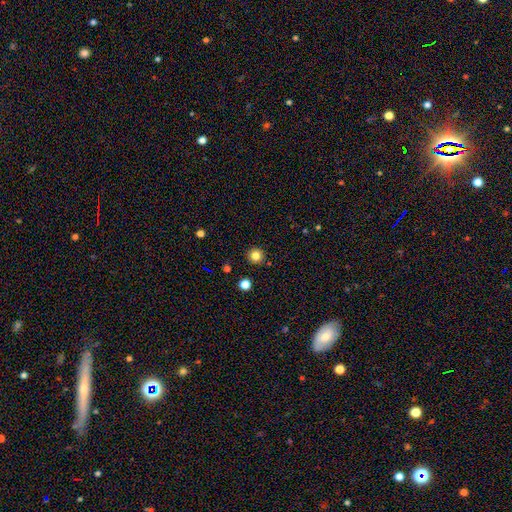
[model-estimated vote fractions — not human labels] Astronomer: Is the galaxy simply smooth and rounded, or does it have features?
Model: smooth — 82%.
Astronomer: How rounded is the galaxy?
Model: round — 96%.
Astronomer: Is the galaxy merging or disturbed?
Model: none — 92%.